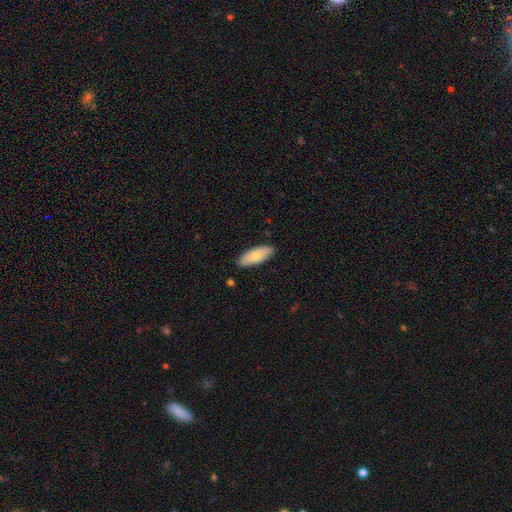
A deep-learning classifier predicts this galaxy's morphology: The model was most divided on "how rounded": in between: 73%, cigar-shaped: 25%, round: 2%. More confident: merging — none (87%); smooth or featured — smooth (77%).